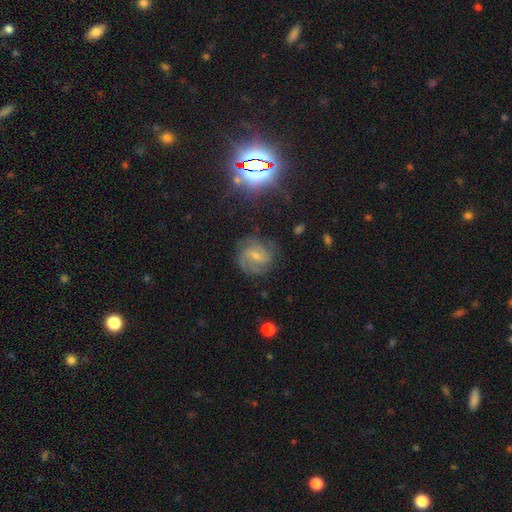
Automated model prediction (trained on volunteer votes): Smooth or featured? featured or disk (73%)
Edge-on disk? no (97%)
Bar? weak (55%)
Spiral arms? yes (92%)
Spiral winding? medium (49%)
Spiral arm count? 2 (62%)
Bulge size? small (58%)
Merging? none (73%)